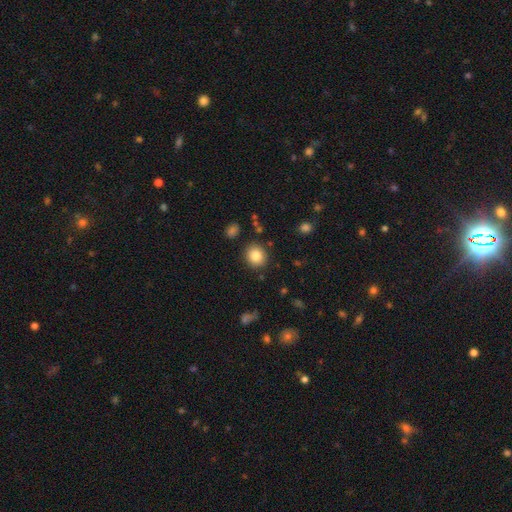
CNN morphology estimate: A smooth galaxy with no disk features (83%) that is round (81%). Merging: none (88%).